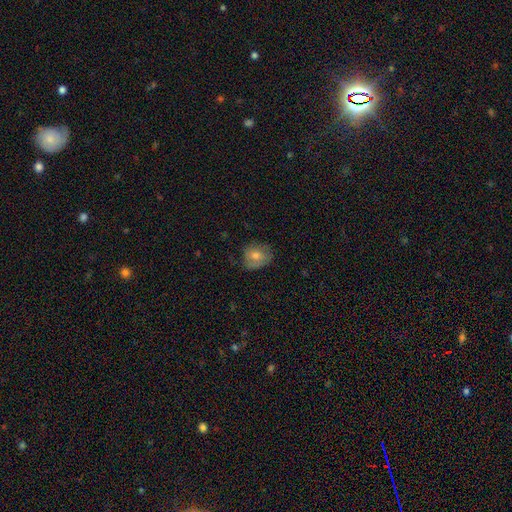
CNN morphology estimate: Smooth or featured: smooth — 61% (featured or disk — 29%)
How rounded: round — 64% (in between — 35%)
Merging: none — 68% (minor disturbance — 24%)